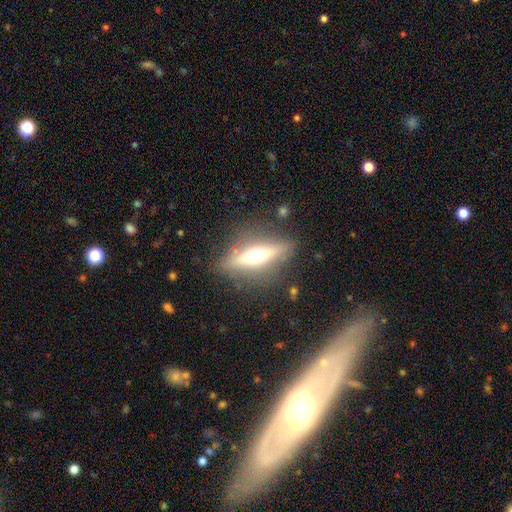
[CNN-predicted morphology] The model was most divided on "smooth or featured": featured or disk: 66%, smooth: 25%, star or artifact: 9%. More confident: edge-on bulge — rounded (95%); edge-on disk — yes (88%); merging — none (84%).